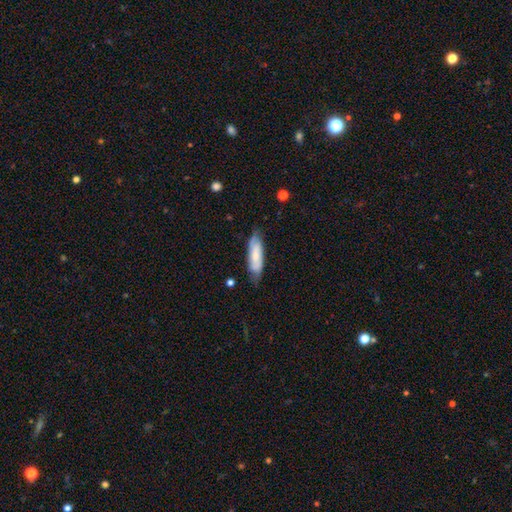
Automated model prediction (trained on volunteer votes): Q: Smooth or featured?
A: smooth (58%); runner-up: featured or disk (36%)
Q: How rounded?
A: cigar-shaped (49%); tied with: in between (49%)
Q: Merging?
A: none (70%); runner-up: minor disturbance (23%)